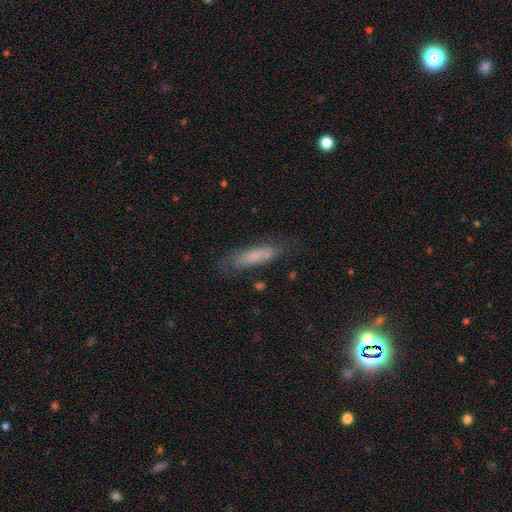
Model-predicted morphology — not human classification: Smooth or featured?
  - smooth: 64% *
  - featured or disk: 27%
  - star or artifact: 9%
How rounded?
  - cigar-shaped: 65% *
  - in between: 33%
  - round: 2%
Merging?
  - none: 66% *
  - minor disturbance: 22%
  - major disturbance: 9%
  - merger: 3%